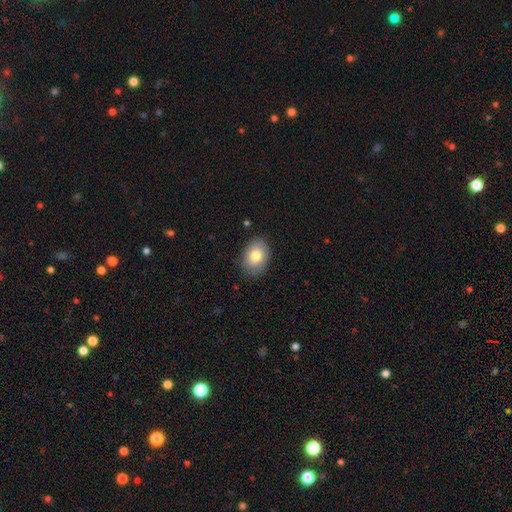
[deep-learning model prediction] This appears to be a smooth galaxy with no disk features (78%) that is in between round and cigar-shaped (75%). Merging: none (84%).